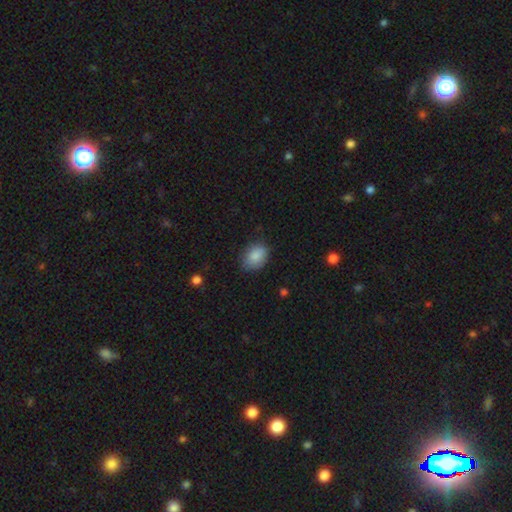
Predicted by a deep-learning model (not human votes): This appears to be a smooth galaxy with no disk features (87%) that is in between round and cigar-shaped (78%). Merging: none (74%).